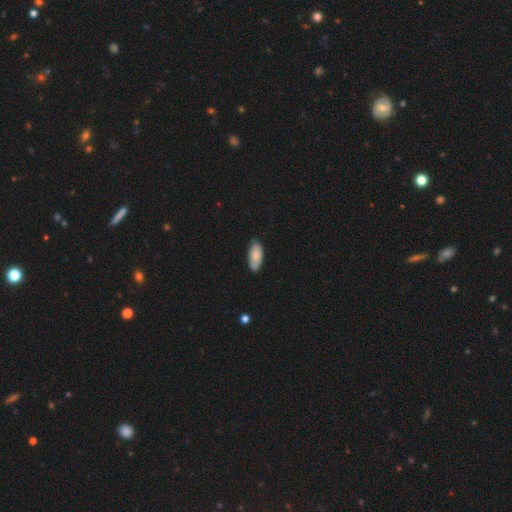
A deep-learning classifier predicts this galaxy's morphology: Overall: smooth (85%). How rounded: in between (89%). Merging: none (82%).